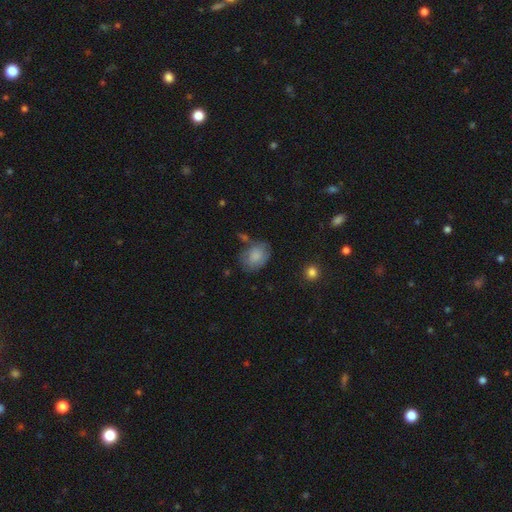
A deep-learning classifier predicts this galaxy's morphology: The model was most divided on "merging": none: 59%, minor disturbance: 26%, major disturbance: 9%, merger: 6%. More confident: smooth or featured — smooth (77%); how rounded — in between (67%).